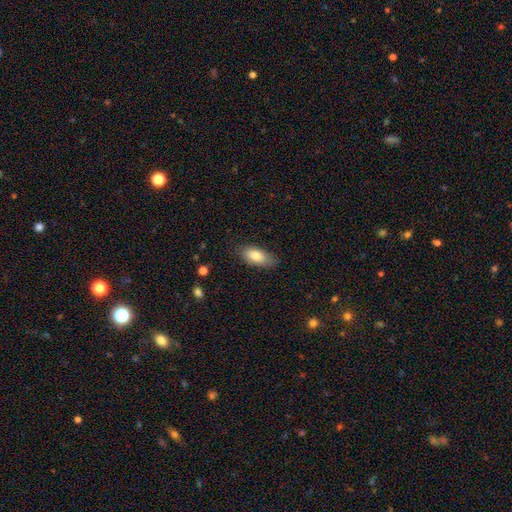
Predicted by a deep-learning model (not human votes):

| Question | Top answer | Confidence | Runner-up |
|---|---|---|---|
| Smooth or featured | smooth | 82% | featured or disk (11%) |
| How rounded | in between | 88% | cigar-shaped (9%) |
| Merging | none | 77% | minor disturbance (18%) |